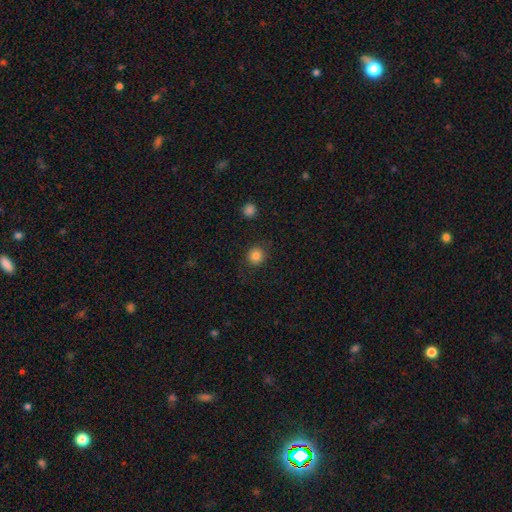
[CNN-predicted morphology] Smooth or featured?
  - smooth: 84% *
  - star or artifact: 11%
  - featured or disk: 5%
How rounded?
  - round: 91% *
  - in between: 8%
  - cigar-shaped: 1%
Merging?
  - none: 87% *
  - minor disturbance: 8%
  - major disturbance: 3%
  - merger: 1%